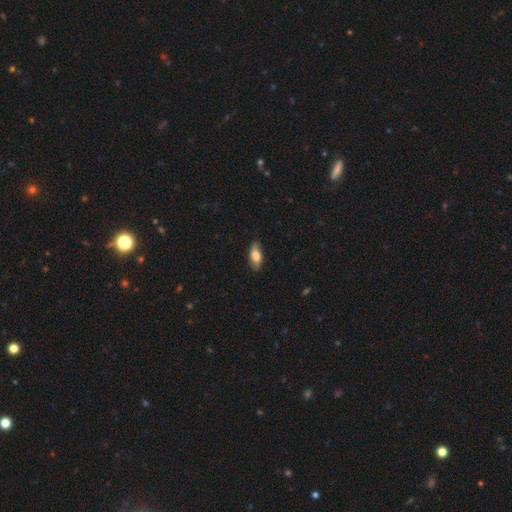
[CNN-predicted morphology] smooth_or_featured: smooth (p=0.76) [alt: featured or disk p=0.18]
how_rounded: in between (p=0.83) [alt: cigar-shaped p=0.14]
merging: none (p=0.84) [alt: minor disturbance p=0.13]